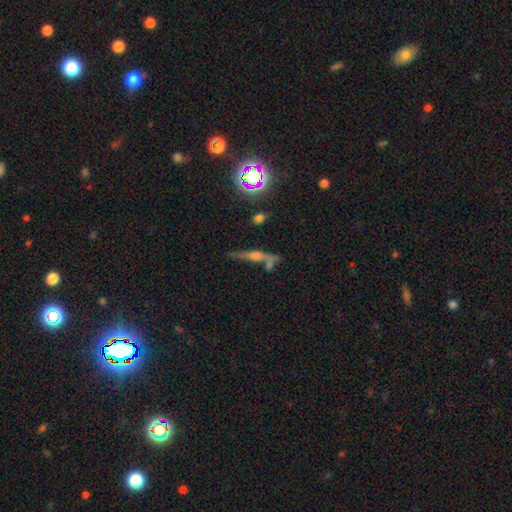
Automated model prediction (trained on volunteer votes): Overall: featured or disk (53%; smooth 28%). Edge-on disk: yes (86%). Merging: none (58%).